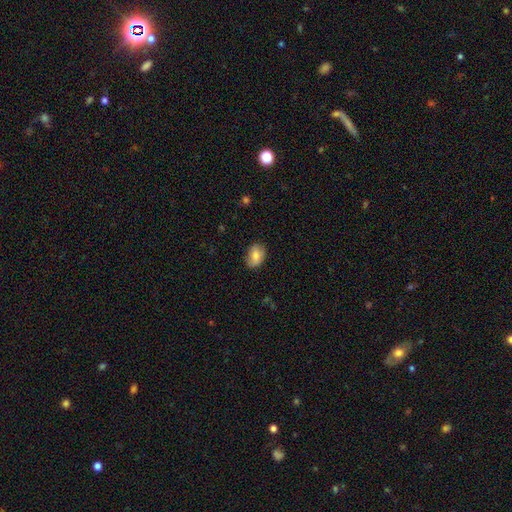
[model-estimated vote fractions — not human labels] A smooth galaxy with no disk features (75%) that is in between round and cigar-shaped (79%).

Vote fractions:
- Smooth or featured? smooth: 75% / featured or disk: 17% / star or artifact: 8%
- How rounded? in between: 79% / round: 20% / cigar-shaped: 1%
- Merging? none: 81% / minor disturbance: 15% / major disturbance: 3% / merger: 1%